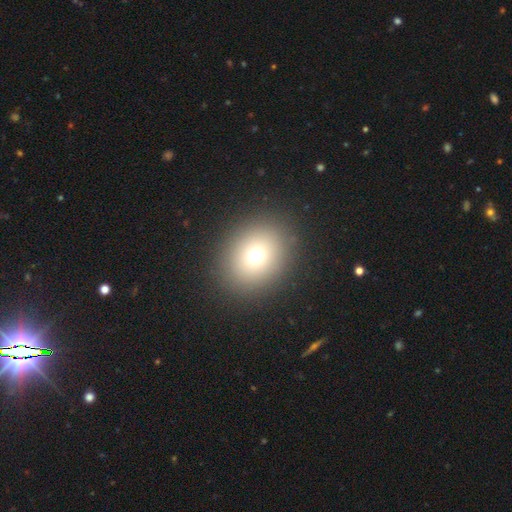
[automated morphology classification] A smooth galaxy with no disk features (72%) that is round (64%). Merging: none (89%).